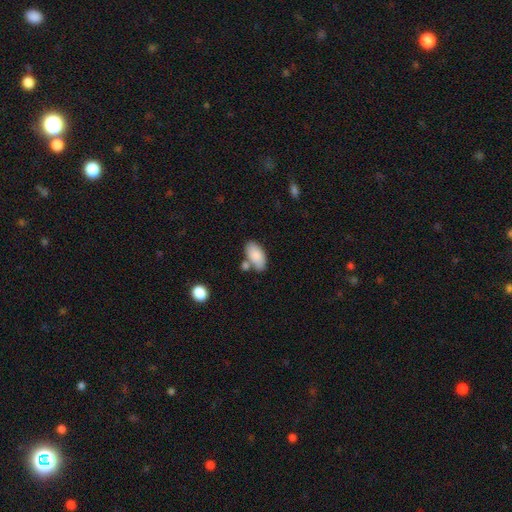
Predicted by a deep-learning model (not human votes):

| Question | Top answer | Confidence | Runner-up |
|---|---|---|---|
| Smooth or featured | smooth | 85% | featured or disk (9%) |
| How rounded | in between | 94% | cigar-shaped (3%) |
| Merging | none | 62% | merger (18%) |